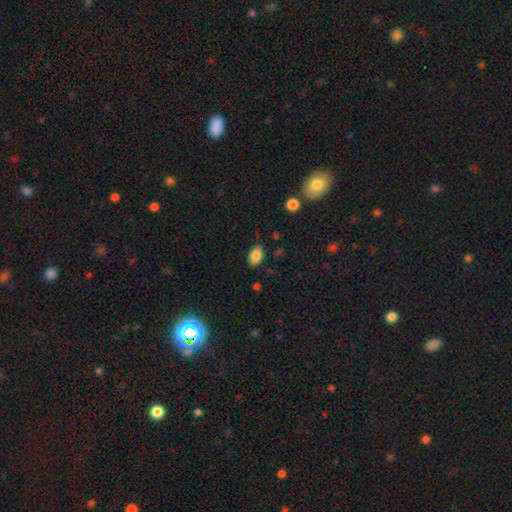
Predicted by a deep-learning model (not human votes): Overall: smooth (86%). How rounded: in between (89%). Merging: none (79%).